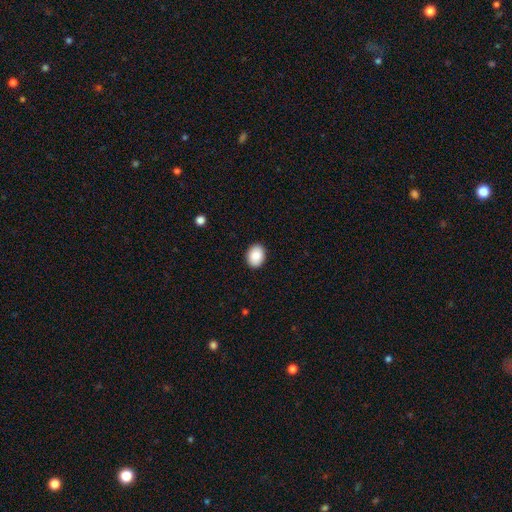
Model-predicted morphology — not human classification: smooth-or-featured: smooth: 88% | star or artifact: 7% | featured or disk: 5%
  how-rounded: in between: 69% | round: 30% | cigar-shaped: 1%
  merging: none: 91% | minor disturbance: 7% | major disturbance: 2% | merger: 1%